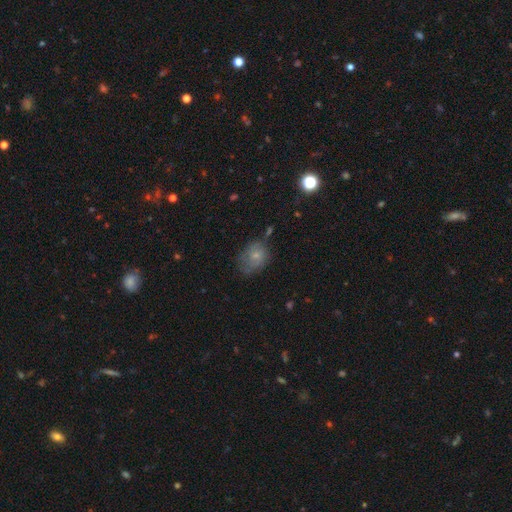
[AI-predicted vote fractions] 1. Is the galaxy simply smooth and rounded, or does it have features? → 68% smooth, 21% featured or disk, 11% star or artifact.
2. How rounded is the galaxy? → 51% in between, 48% round, 1% cigar-shaped.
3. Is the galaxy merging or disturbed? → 50% none, 31% minor disturbance, 15% major disturbance, 5% merger.